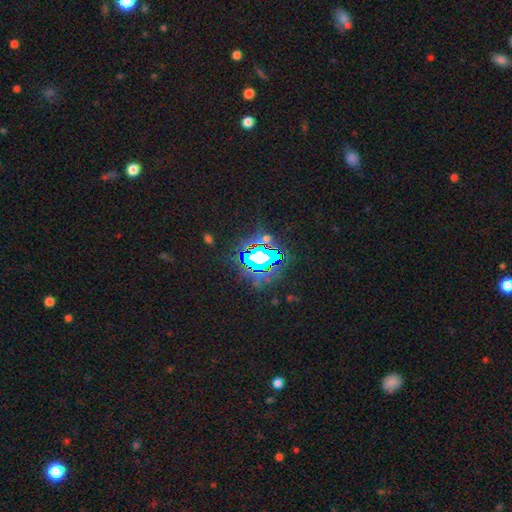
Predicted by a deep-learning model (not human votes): The model was most divided on "smooth or featured": star or artifact: 74%, smooth: 14%, featured or disk: 12%.